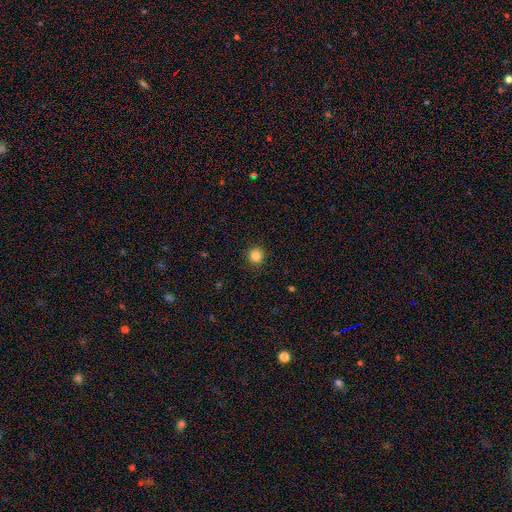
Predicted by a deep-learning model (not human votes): This is clearly a smooth galaxy (85%). How rounded: clearly round (93%). Merging: clearly none (92%).